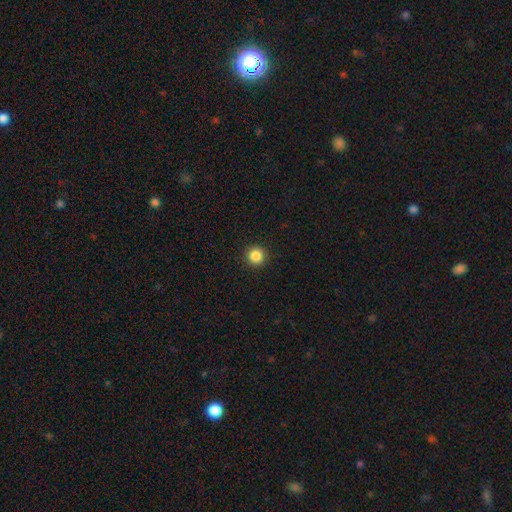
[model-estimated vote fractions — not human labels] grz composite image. It shows a smooth galaxy with no disk features (86%) that is round (95%). Merging: none (93%).